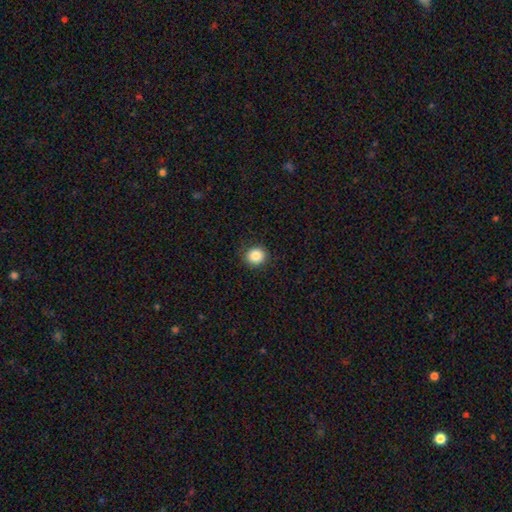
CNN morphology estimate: A smooth galaxy with no disk features (85%) that is round (87%). Merging: none (89%).